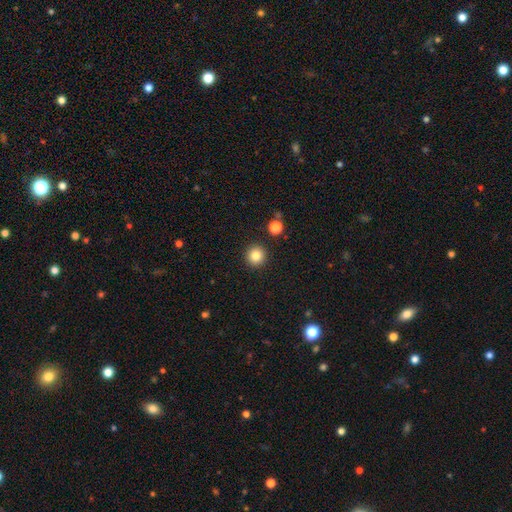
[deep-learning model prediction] Smooth or featured: smooth — 83% (star or artifact — 11%)
How rounded: round — 95% (in between — 5%)
Merging: none — 92% (minor disturbance — 5%)